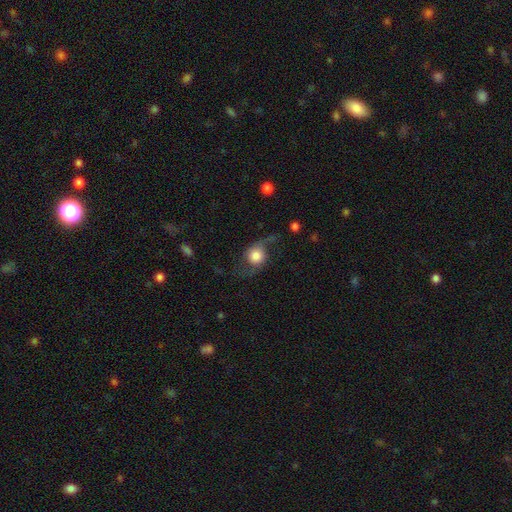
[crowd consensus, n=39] Overall: featured or disk (62%; smooth 38%). Edge-on disk: no (92%). Bar: no (59%; weak 36%). Spiral arms: yes (95%). Spiral arm count: 2 (95%). Spiral winding: loose (90%). Bulge size: large (41%; dominant 36%). Merging: none (49%; minor disturbance 28%).